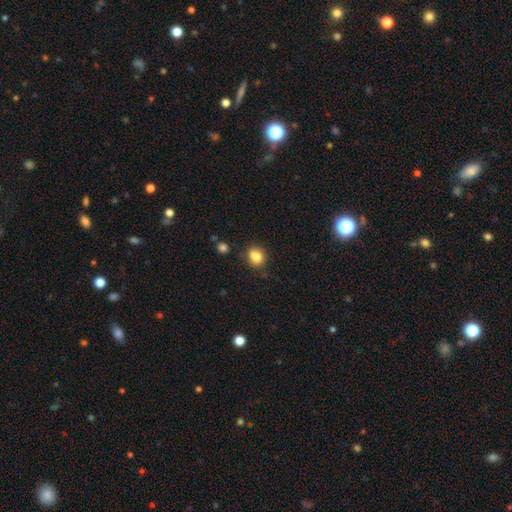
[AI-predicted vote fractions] Smooth or featured? Predicted: smooth (p=0.83). How rounded? Predicted: round (p=0.55). Merging? Predicted: none (p=0.71).